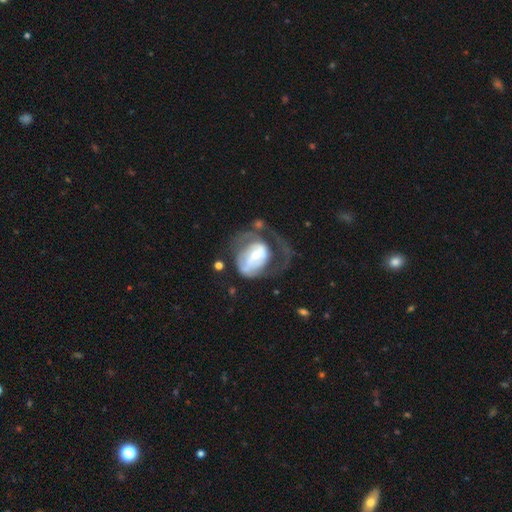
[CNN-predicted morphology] Smooth or featured? featured or disk (69%)
Edge-on disk? no (97%)
Bar? no (45%)
Spiral arms? yes (70%)
Bulge size? moderate (46%)
Merging? major disturbance (55%)